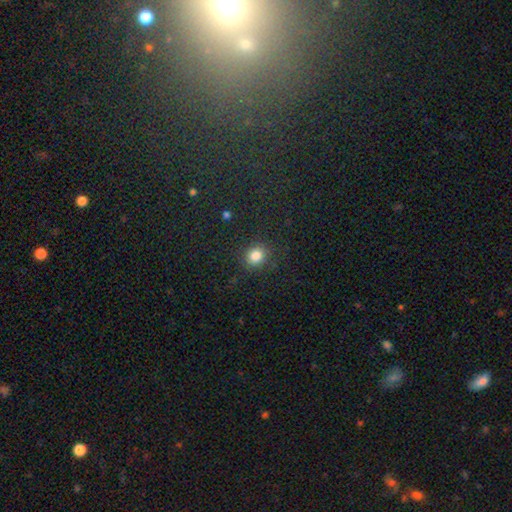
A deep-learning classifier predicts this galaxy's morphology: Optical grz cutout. It shows a smooth galaxy with no disk features (83%) that is round (75%). Merging: none (85%).